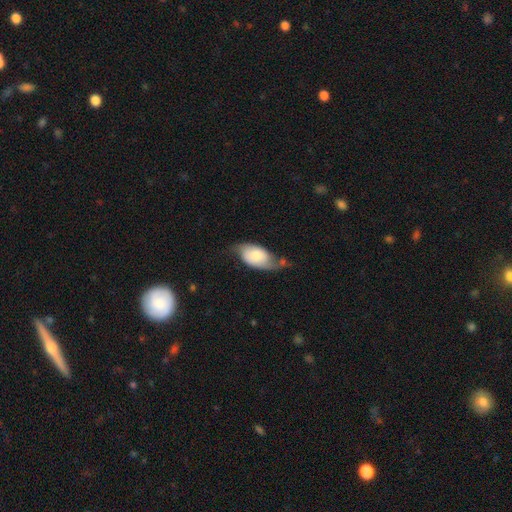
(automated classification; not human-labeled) This appears to be a smooth galaxy with no disk features (54%) that is in between round and cigar-shaped (92%). Merging: none (38%).